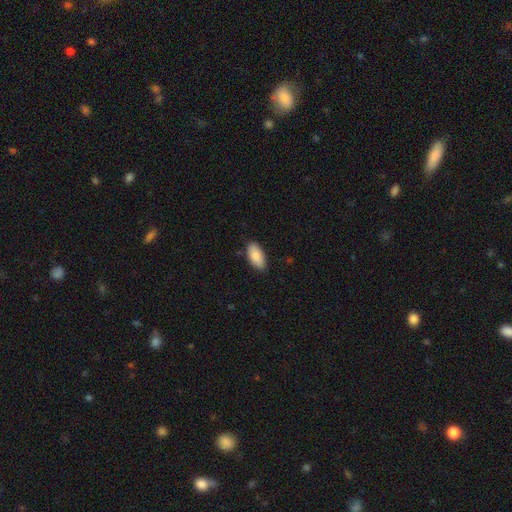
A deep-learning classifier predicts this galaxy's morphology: A smooth galaxy with no disk features (88%) that is in between round and cigar-shaped (91%). Merging: none (86%).